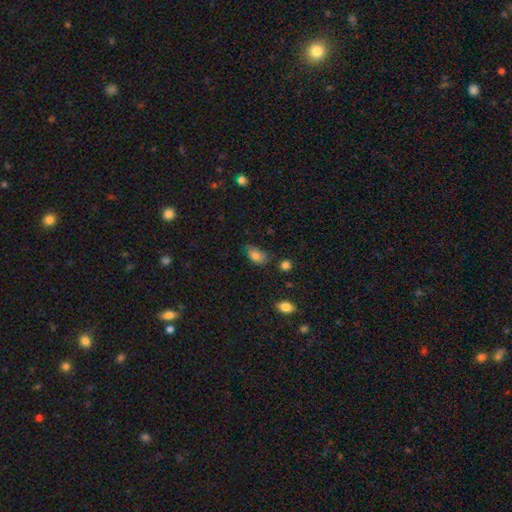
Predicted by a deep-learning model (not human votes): A smooth galaxy with no disk features (81%) that is in between round and cigar-shaped (87%). Merging: none (51%).